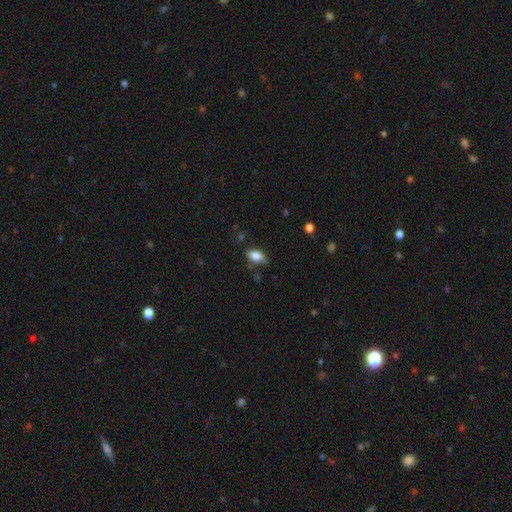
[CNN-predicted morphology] smooth 82%, featured or disk 10%, star or artifact 8%. Down the decision tree: how rounded — in between (89%); merging — none (66%).